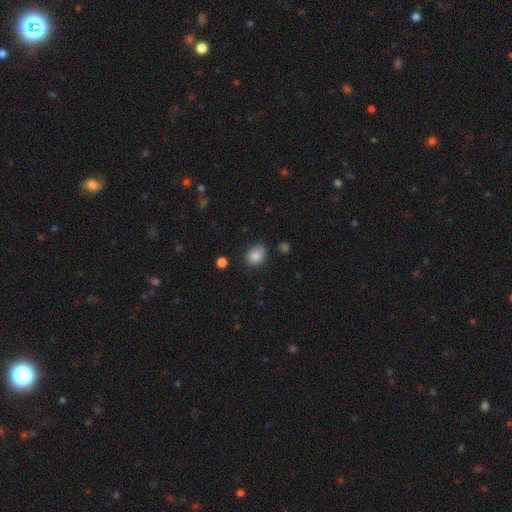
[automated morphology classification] A smooth galaxy with no disk features (85%) that is in between round and cigar-shaped (53%).

Vote fractions:
- Smooth or featured? smooth: 85% / star or artifact: 9% / featured or disk: 5%
- How rounded? in between: 53% / round: 47% / cigar-shaped: 1%
- Merging? none: 71% / minor disturbance: 22% / major disturbance: 4% / merger: 3%